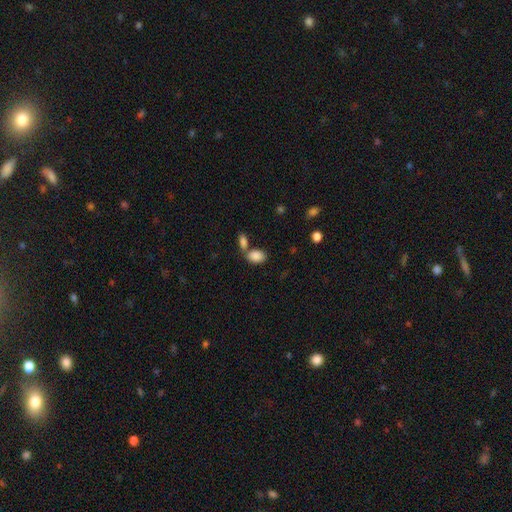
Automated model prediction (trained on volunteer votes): Smooth or featured?
  - smooth: 87% *
  - star or artifact: 7%
  - featured or disk: 5%
How rounded?
  - in between: 89% *
  - round: 9%
  - cigar-shaped: 2%
Merging?
  - none: 51% *
  - merger: 34%
  - minor disturbance: 11%
  - major disturbance: 4%